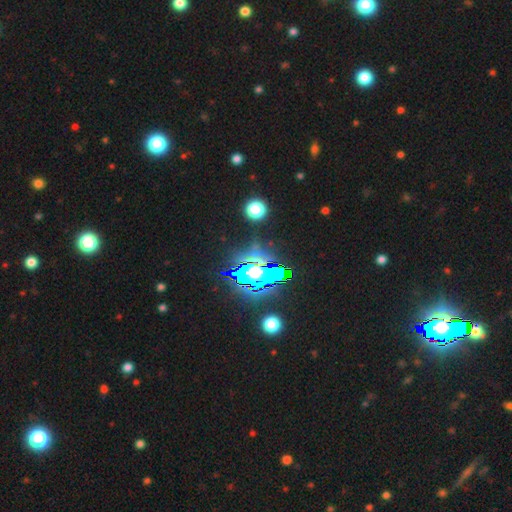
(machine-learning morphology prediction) The model was most divided on "smooth or featured": star or artifact: 83%, smooth: 9%, featured or disk: 8%.